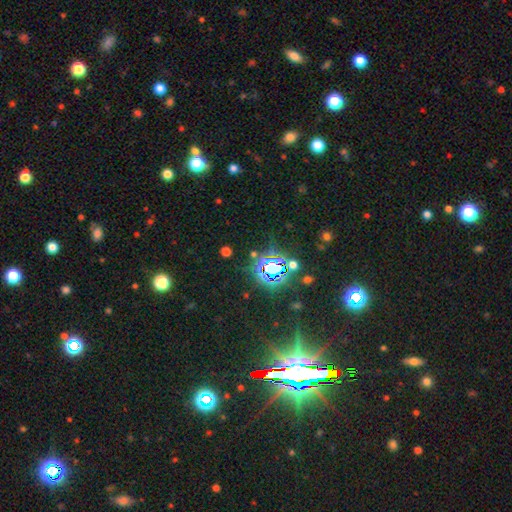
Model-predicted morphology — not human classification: A star or artifact, not a galaxy (77%).